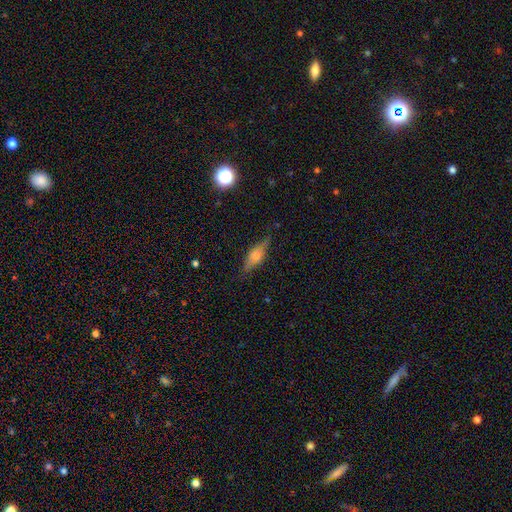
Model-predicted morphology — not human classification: Overall: smooth (52%; featured or disk 39%). How rounded: in between (60%; cigar-shaped 36%). Merging: none (74%).